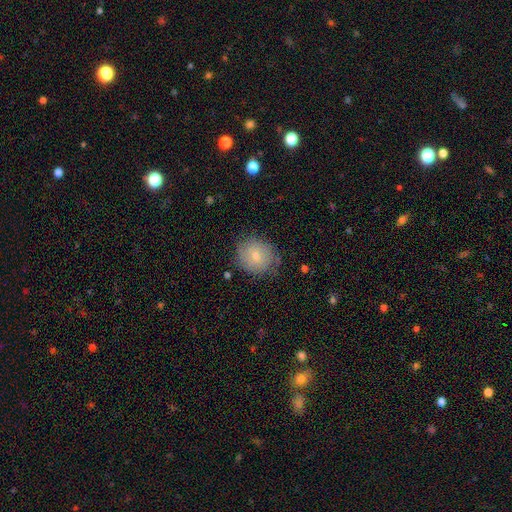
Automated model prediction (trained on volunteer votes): Smooth or featured? smooth (69%)
How rounded? round (83%)
Merging? none (75%)